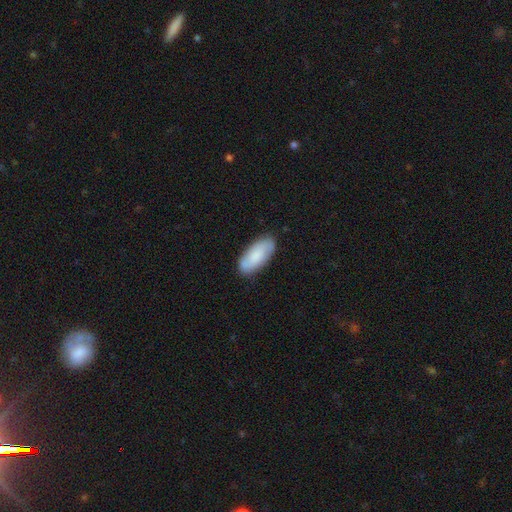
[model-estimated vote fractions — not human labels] Morphology: type=smooth (74%); roundness=in between (87%); merging=none (83%).